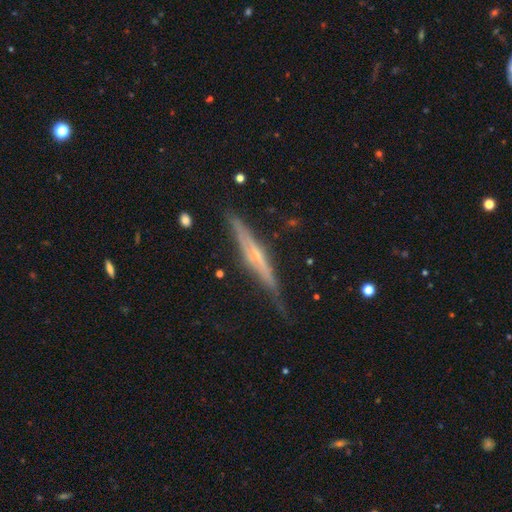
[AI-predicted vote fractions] A featured or disk galaxy (76%) viewed edge-on (96%) with a rounded central bulge (64%). Merging: none (78%).